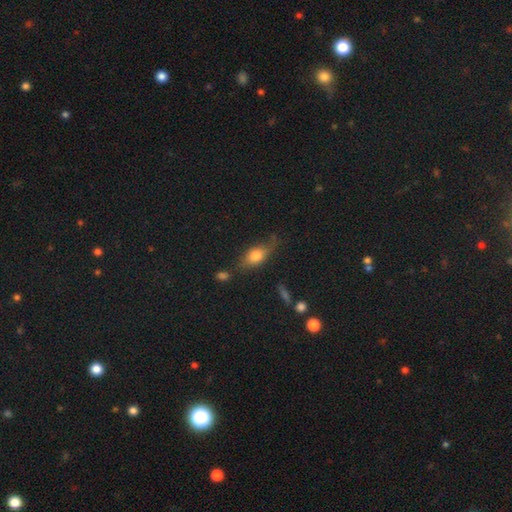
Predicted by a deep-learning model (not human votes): Smooth or featured? smooth (70%)
How rounded? in between (77%)
Merging? none (56%)